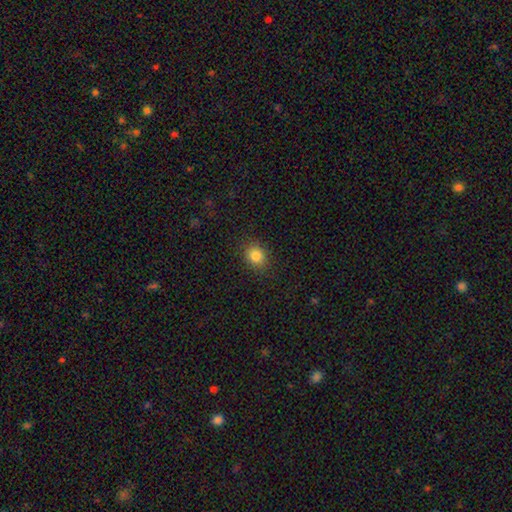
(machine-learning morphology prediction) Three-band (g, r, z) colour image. It shows a smooth galaxy with no disk features (83%) that is round (67%). Merging: none (88%).